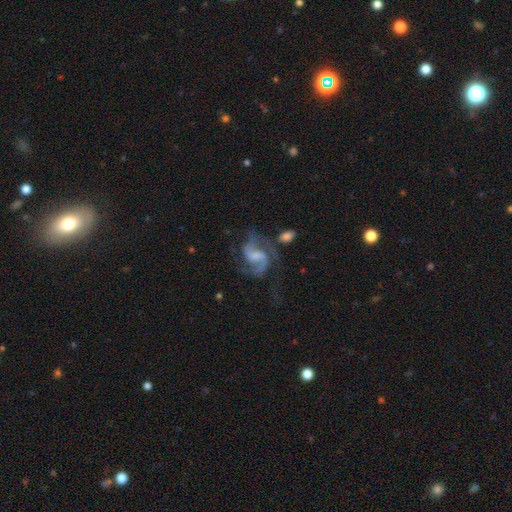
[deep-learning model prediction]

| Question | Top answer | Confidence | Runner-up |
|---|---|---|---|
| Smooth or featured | featured or disk | 88% | smooth (7%) |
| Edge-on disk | no | 98% | yes (2%) |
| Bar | weak | 52% | no (29%) |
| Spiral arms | yes | 96% | no (4%) |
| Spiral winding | medium | 57% | loose (26%) |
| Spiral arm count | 2 | 87% | can't tell (4%) |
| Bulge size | none | 33% | small (31%) |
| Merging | none | 55% | minor disturbance (19%) |